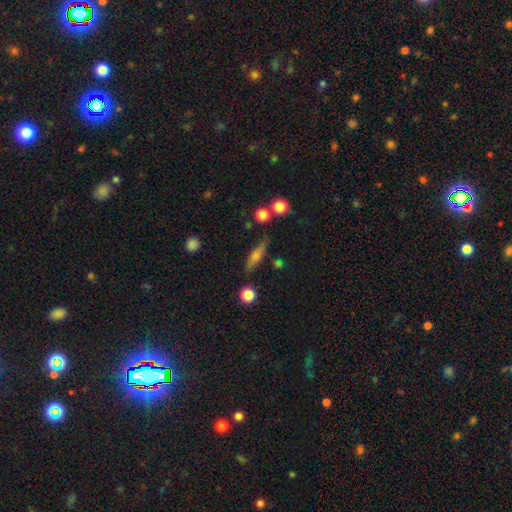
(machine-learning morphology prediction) smooth 49%, featured or disk 41%, star or artifact 9%. Down the decision tree: merging — none (79%).